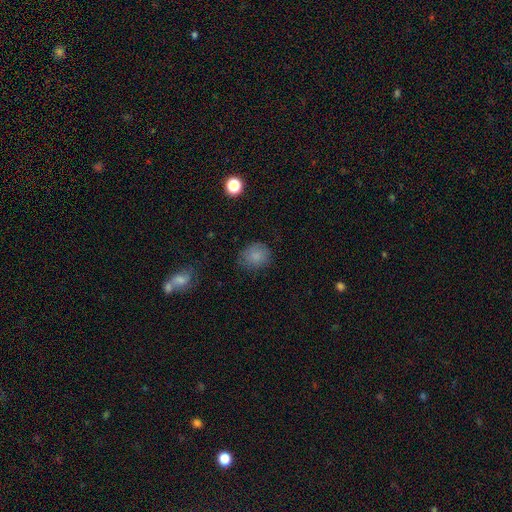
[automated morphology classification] Q: Smooth or featured?
A: smooth (83%); runner-up: star or artifact (10%)
Q: How rounded?
A: round (72%); runner-up: in between (27%)
Q: Merging?
A: none (74%); runner-up: minor disturbance (20%)